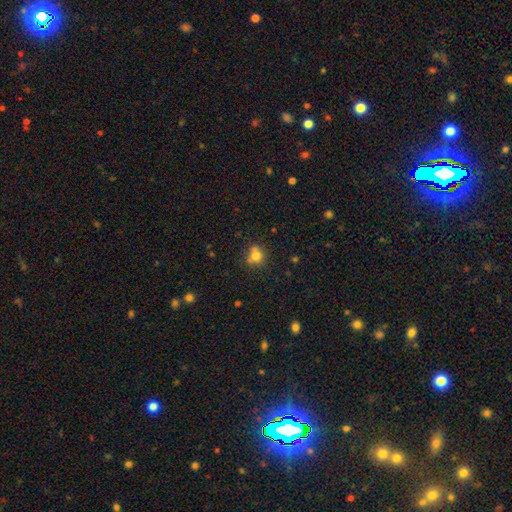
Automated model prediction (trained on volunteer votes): A smooth galaxy with no disk features (74%) that is round (77%).

Vote fractions:
- Smooth or featured? smooth: 74% / star or artifact: 14% / featured or disk: 12%
- How rounded? round: 77% / in between: 22% / cigar-shaped: 1%
- Merging? none: 58% / merger: 22% / minor disturbance: 16% / major disturbance: 5%